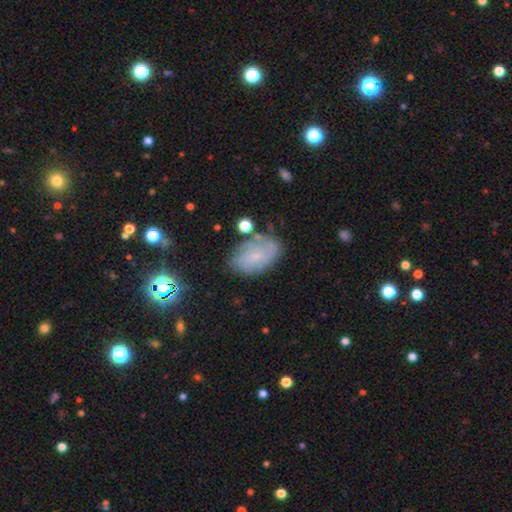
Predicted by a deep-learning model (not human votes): This is possibly a featured or disk galaxy (49%). Merging: likely none (66%).